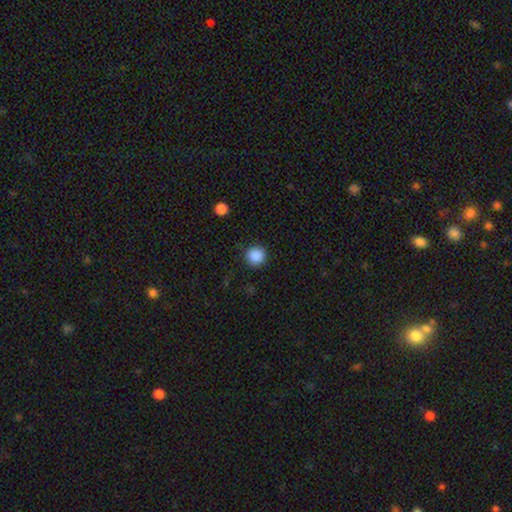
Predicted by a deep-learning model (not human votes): Overall: smooth (87%). How rounded: round (93%). Merging: none (89%).